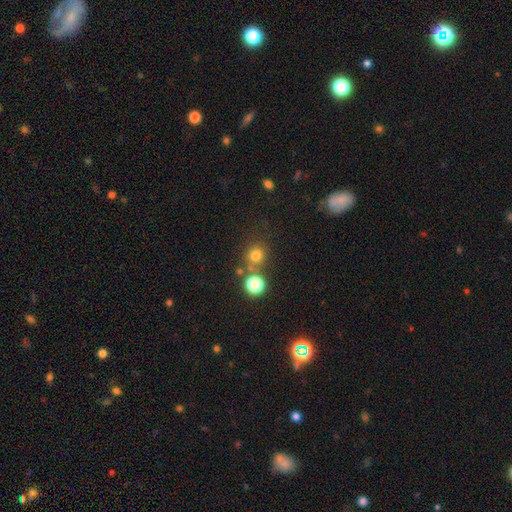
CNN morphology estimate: Smooth or featured? smooth (74%)
How rounded? round (89%)
Merging? none (69%)